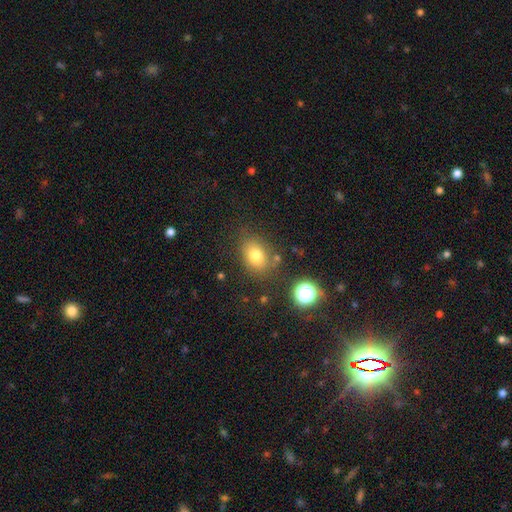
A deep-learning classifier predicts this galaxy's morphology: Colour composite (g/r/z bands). It shows a smooth galaxy with no disk features (75%) that is in between round and cigar-shaped (60%). Merging: none (75%).